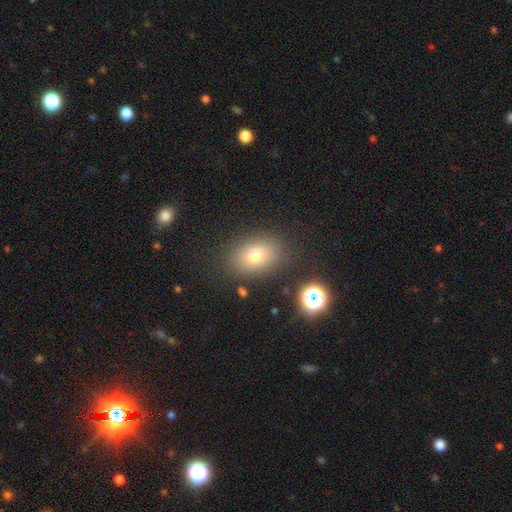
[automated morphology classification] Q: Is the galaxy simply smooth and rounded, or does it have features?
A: smooth — 73%.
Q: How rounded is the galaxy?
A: in between — 71%.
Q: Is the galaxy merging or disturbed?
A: none — 83%.